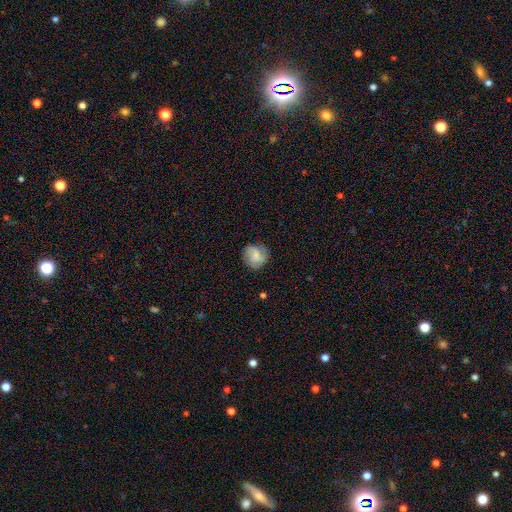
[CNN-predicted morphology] A smooth galaxy with no disk features (57%) that is round (85%). Merging: none (76%).